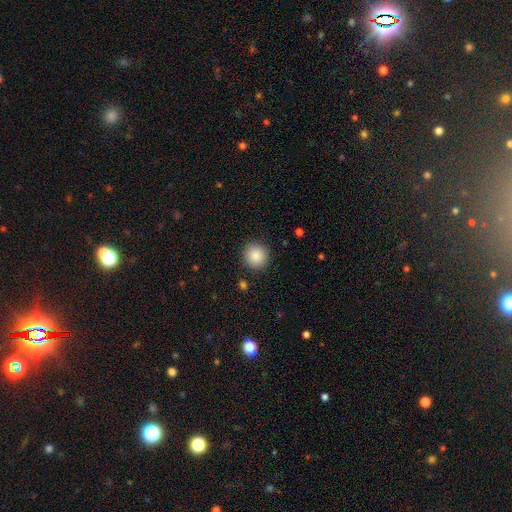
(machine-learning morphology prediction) Smooth or featured: smooth — 88% (star or artifact — 8%)
How rounded: round — 94% (in between — 5%)
Merging: none — 90% (minor disturbance — 6%)